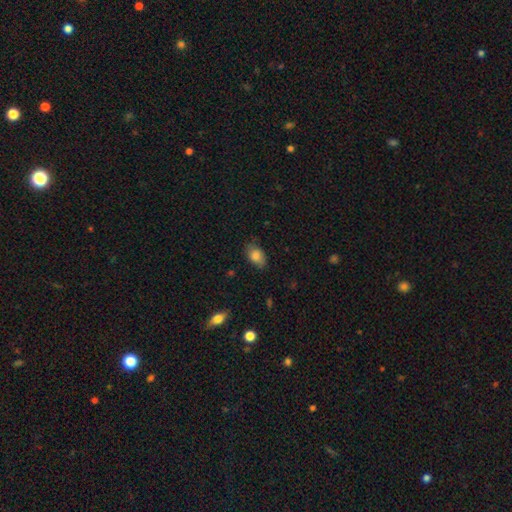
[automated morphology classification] smooth_or_featured: smooth (p=0.83) [alt: featured or disk p=0.09]
how_rounded: in between (p=0.86) [alt: round p=0.13]
merging: none (p=0.74) [alt: minor disturbance p=0.21]